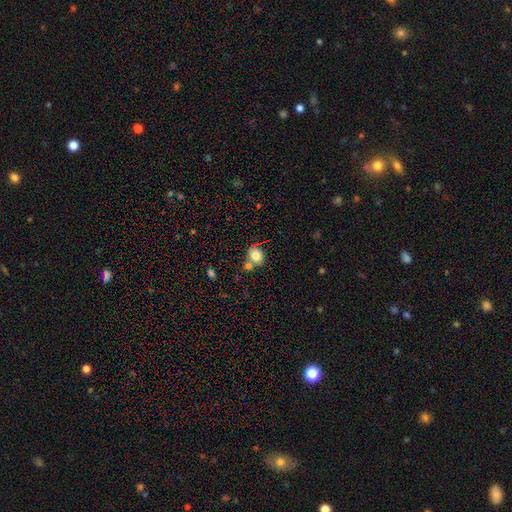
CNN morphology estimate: Overall: smooth (76%). How rounded: round (69%; in between 30%). Merging: none (57%; merger 23%).